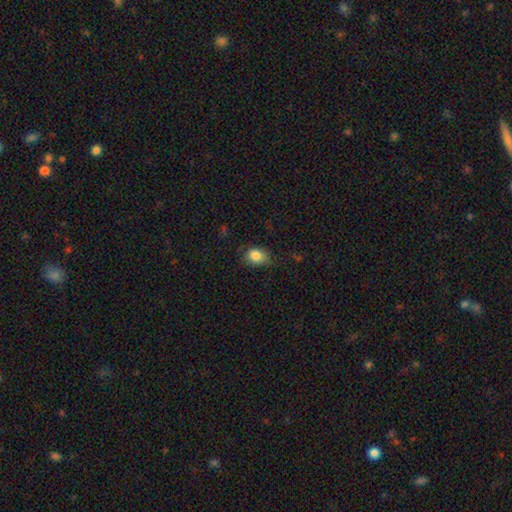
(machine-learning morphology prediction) This is clearly a smooth galaxy (84%). How rounded: possibly round (54%). Merging: likely none (65%).